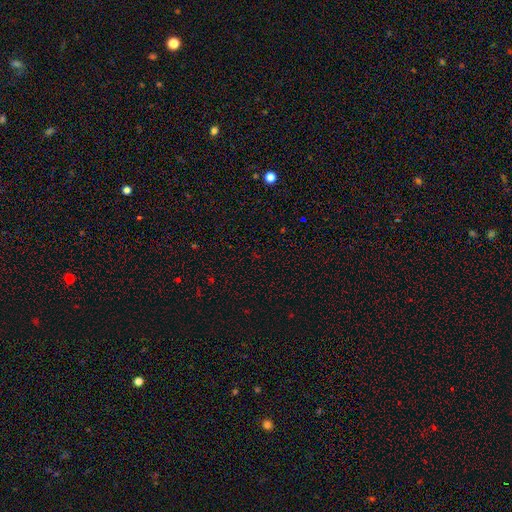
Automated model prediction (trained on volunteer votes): Overall: star or artifact (67%).